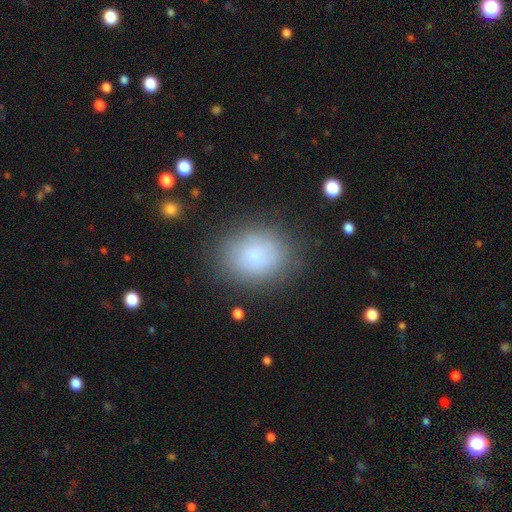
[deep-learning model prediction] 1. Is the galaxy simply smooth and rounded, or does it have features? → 79% smooth, 12% featured or disk, 10% star or artifact.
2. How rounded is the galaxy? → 56% in between, 43% round, 1% cigar-shaped.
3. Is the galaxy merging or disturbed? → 78% none, 15% minor disturbance, 5% major disturbance, 2% merger.